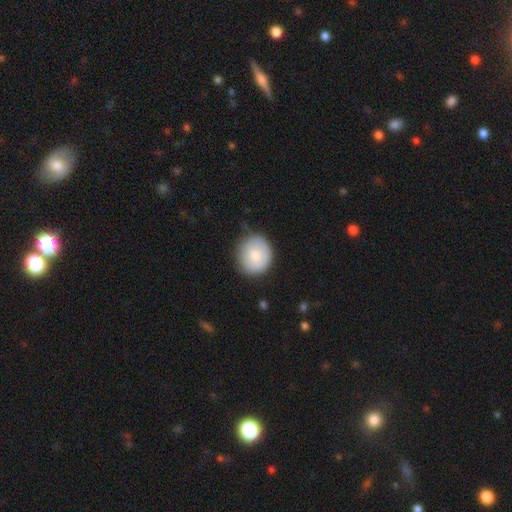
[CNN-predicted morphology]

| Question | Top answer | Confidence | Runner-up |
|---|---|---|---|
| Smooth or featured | smooth | 80% | featured or disk (13%) |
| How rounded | round | 86% | in between (14%) |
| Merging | none | 79% | minor disturbance (16%) |